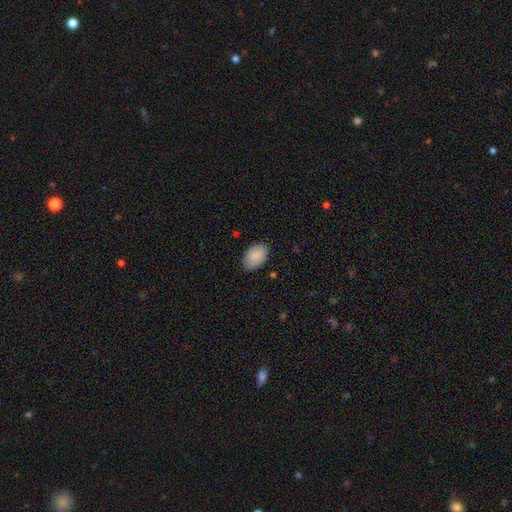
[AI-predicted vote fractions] Smooth or featured? Predicted: smooth (p=0.89). How rounded? Predicted: in between (p=0.90). Merging? Predicted: none (p=0.80).